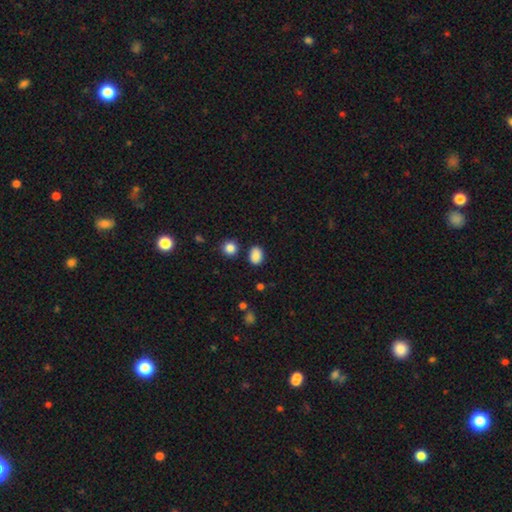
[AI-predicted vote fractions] smooth_or_featured: smooth (p=0.86) [alt: star or artifact p=0.11]
how_rounded: in between (p=0.63) [alt: round p=0.36]
merging: none (p=0.78) [alt: minor disturbance p=0.14]